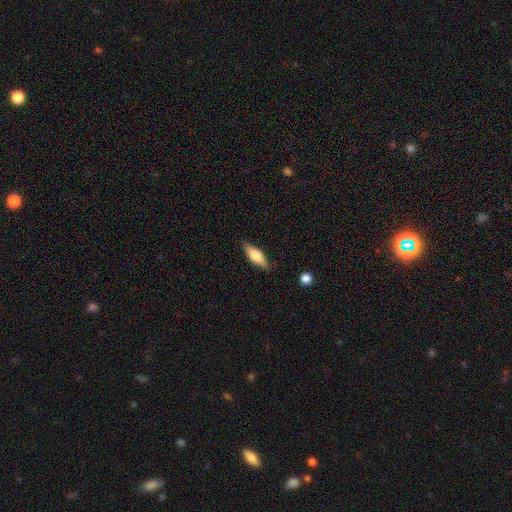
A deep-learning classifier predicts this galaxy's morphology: Smooth or featured? smooth (66%)
How rounded? in between (61%)
Merging? none (84%)